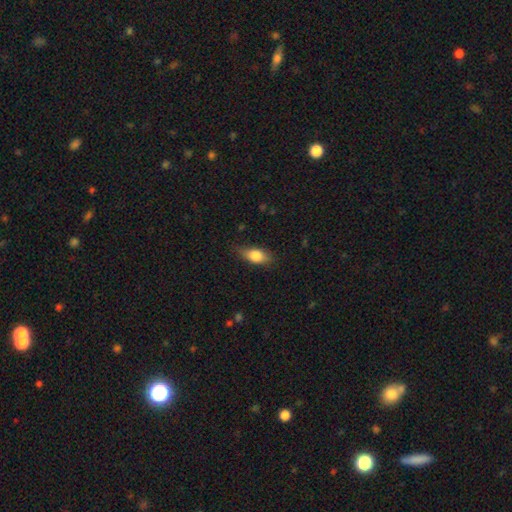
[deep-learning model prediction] The model was most divided on "merging": none: 72%, minor disturbance: 22%, major disturbance: 4%, merger: 1%. More confident: how rounded — in between (80%); smooth or featured — smooth (77%).